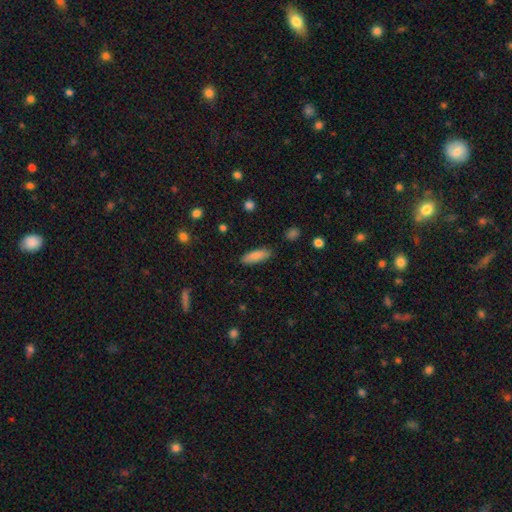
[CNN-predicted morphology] A smooth galaxy with no disk features (86%) that is in between round and cigar-shaped (52%).

Vote fractions:
- Smooth or featured? smooth: 86% / star or artifact: 7% / featured or disk: 7%
- How rounded? in between: 52% / cigar-shaped: 46% / round: 2%
- Merging? none: 86% / minor disturbance: 10% / major disturbance: 2% / merger: 2%